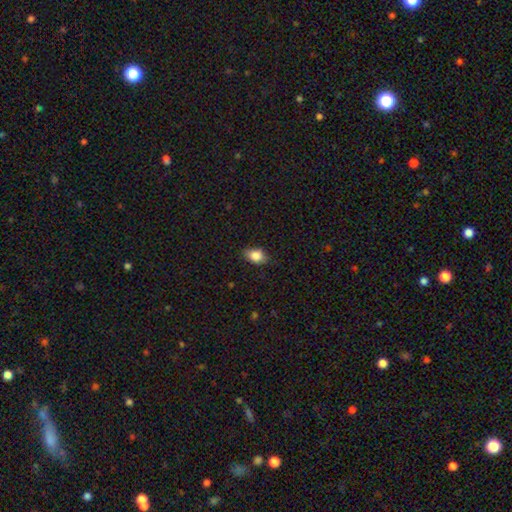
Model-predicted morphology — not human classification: smooth_or_featured: smooth (p=0.83) [alt: star or artifact p=0.09]
how_rounded: in between (p=0.76) [alt: round p=0.21]
merging: none (p=0.79) [alt: minor disturbance p=0.17]